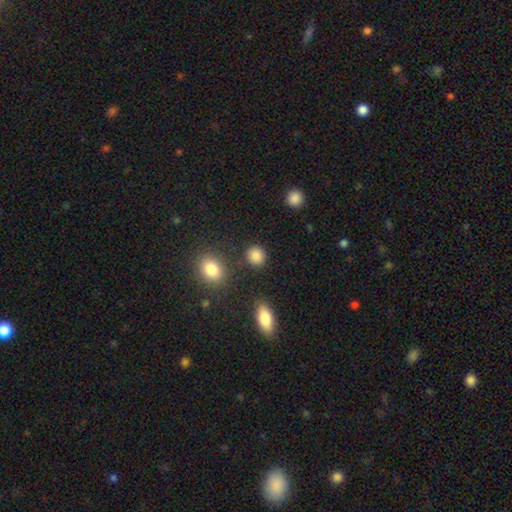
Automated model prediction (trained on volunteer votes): smooth-or-featured: smooth: 87% | star or artifact: 10% | featured or disk: 4%
  how-rounded: round: 82% | in between: 17% | cigar-shaped: 1%
  merging: none: 85% | minor disturbance: 8% | merger: 3% | major disturbance: 3%